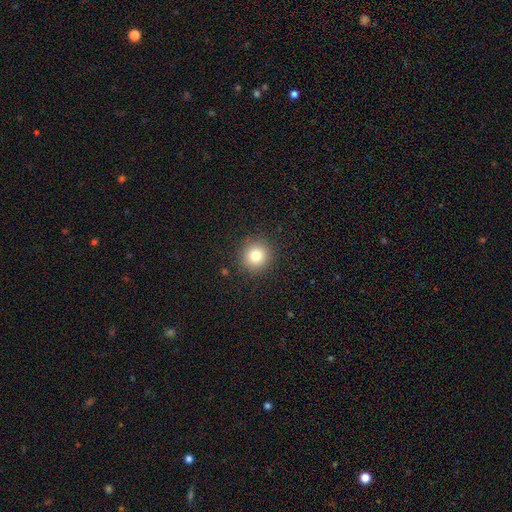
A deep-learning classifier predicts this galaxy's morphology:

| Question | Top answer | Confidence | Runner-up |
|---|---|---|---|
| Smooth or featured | smooth | 81% | star or artifact (12%) |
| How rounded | round | 93% | in between (6%) |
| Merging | none | 90% | minor disturbance (6%) |